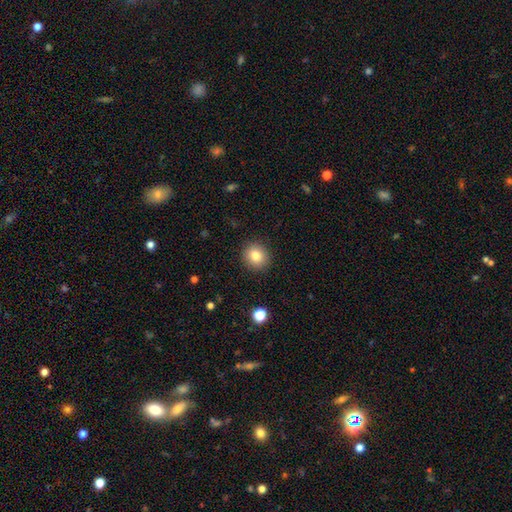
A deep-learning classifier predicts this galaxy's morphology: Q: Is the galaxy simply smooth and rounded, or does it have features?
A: smooth — 81%.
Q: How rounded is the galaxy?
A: round — 87%.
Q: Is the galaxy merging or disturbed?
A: none — 91%.